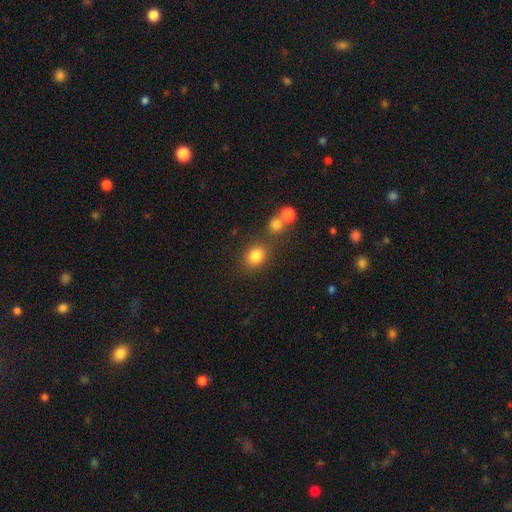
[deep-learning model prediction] This is clearly a smooth galaxy (82%). How rounded: possibly round (59%). Merging: likely none (69%).